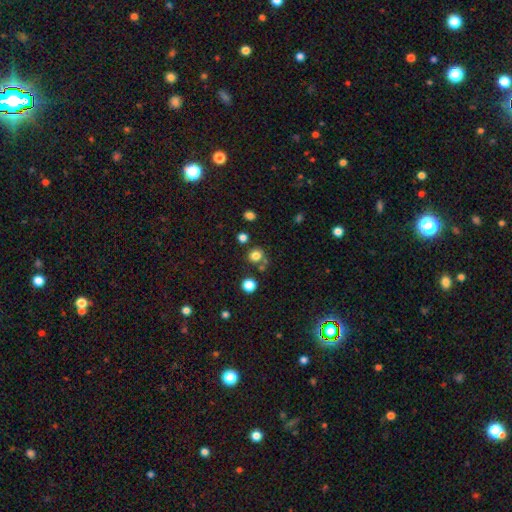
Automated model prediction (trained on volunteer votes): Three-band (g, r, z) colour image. It shows a smooth galaxy with no disk features (79%) that is round (88%). Merging: none (72%).